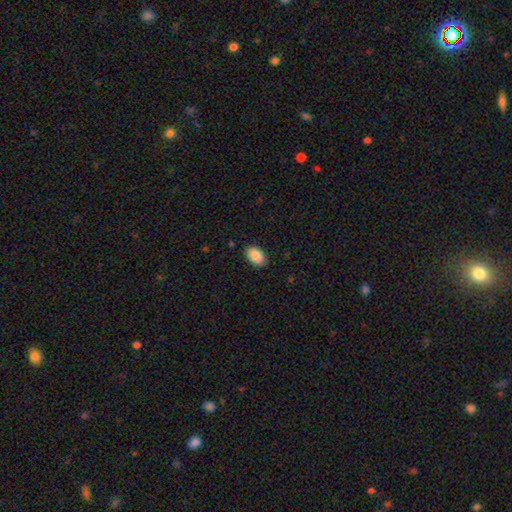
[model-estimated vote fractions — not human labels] This is clearly a smooth galaxy (89%). How rounded: clearly in between (93%). Merging: clearly none (88%).